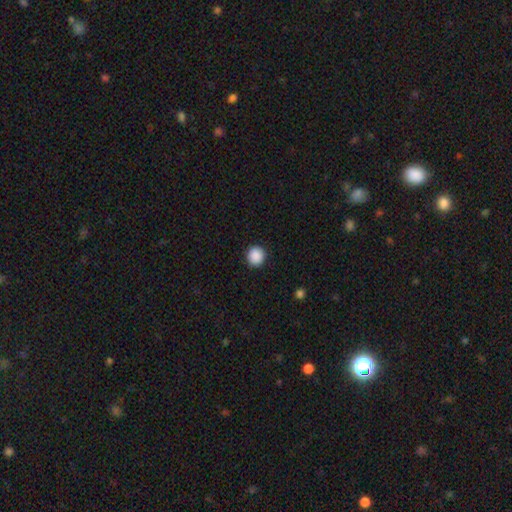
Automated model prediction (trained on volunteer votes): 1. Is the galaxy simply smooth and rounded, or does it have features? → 90% smooth, 8% star or artifact, 2% featured or disk.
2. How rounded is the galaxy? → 92% round, 7% in between, 1% cigar-shaped.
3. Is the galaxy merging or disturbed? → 92% none, 5% minor disturbance, 2% major disturbance, 1% merger.